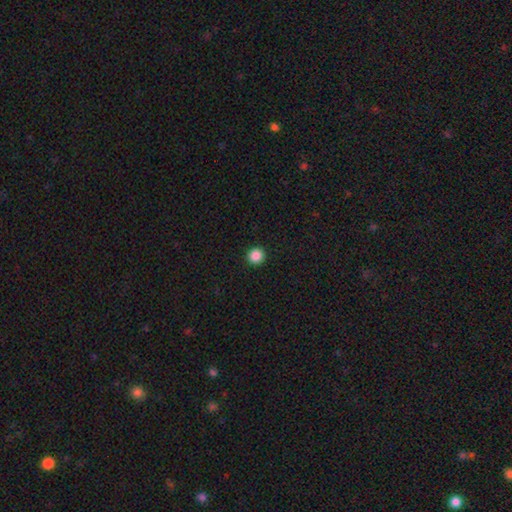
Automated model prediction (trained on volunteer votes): This appears to be a smooth galaxy with no disk features (86%) that is round (95%). Merging: none (94%).